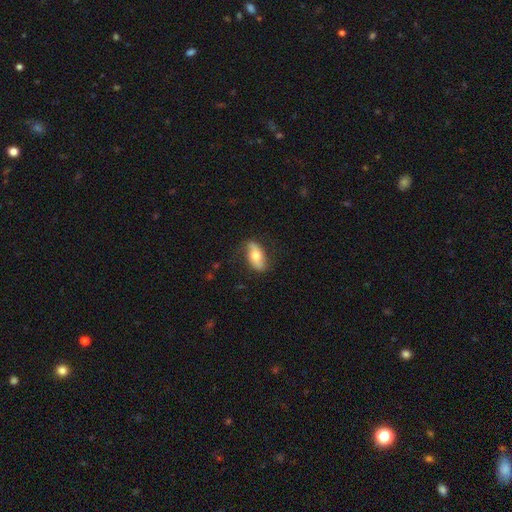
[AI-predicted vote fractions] This is possibly a smooth galaxy (57%). How rounded: clearly in between (85%). Merging: likely none (77%).